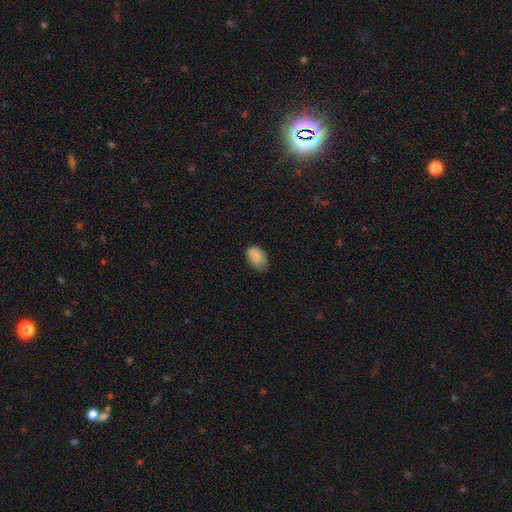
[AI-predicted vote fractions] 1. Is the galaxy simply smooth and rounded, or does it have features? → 86% smooth, 8% star or artifact, 6% featured or disk.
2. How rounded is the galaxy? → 86% in between, 13% round, 1% cigar-shaped.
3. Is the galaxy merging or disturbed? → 66% none, 28% minor disturbance, 5% major disturbance, 1% merger.